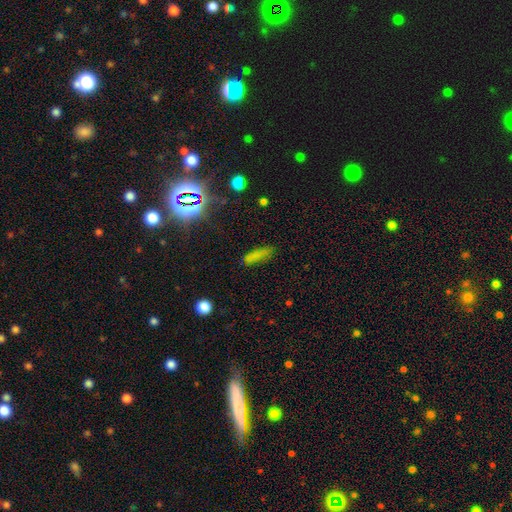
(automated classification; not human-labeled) Smooth or featured? smooth (75%)
How rounded? cigar-shaped (67%)
Merging? none (76%)